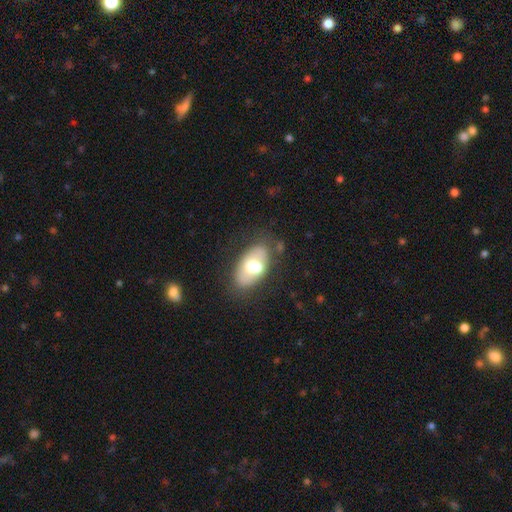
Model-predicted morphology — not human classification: smooth 57%, featured or disk 36%, star or artifact 8%. Down the decision tree: how rounded — in between (92%); merging — none (61%).